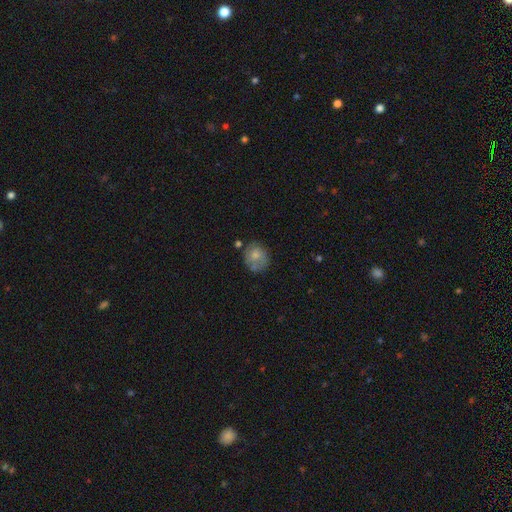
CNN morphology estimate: A smooth galaxy with no disk features (68%) that is round (69%). Merging: none (57%).